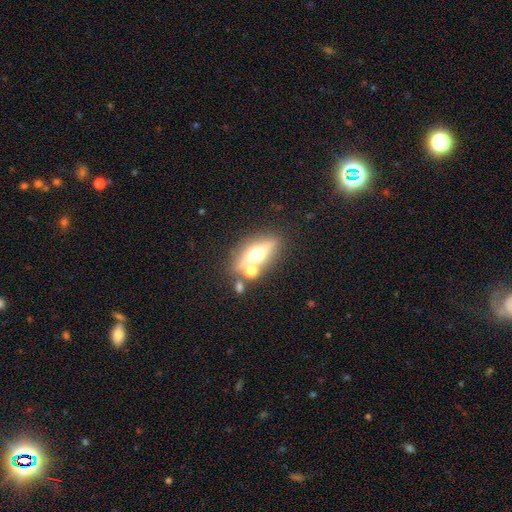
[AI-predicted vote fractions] Smooth or featured? Predicted: featured or disk (p=0.58). Edge-on disk? Predicted: yes (p=0.83). Merging? Predicted: none (p=0.71).